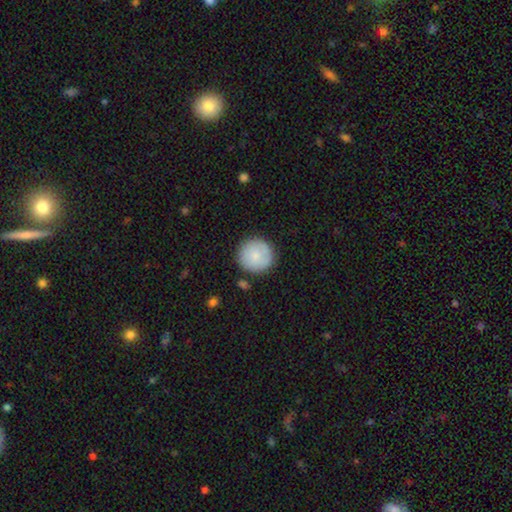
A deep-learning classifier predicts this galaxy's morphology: Smooth or featured? Predicted: smooth (p=0.80). How rounded? Predicted: round (p=0.95). Merging? Predicted: none (p=0.84).